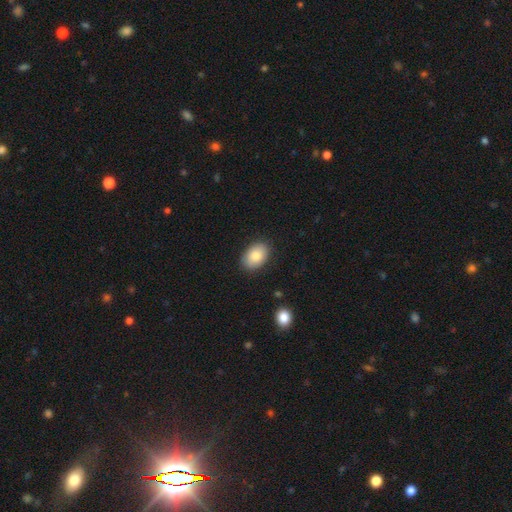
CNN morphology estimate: Smooth or featured: smooth — 85% (featured or disk — 8%)
How rounded: in between — 87% (round — 12%)
Merging: none — 88% (minor disturbance — 9%)